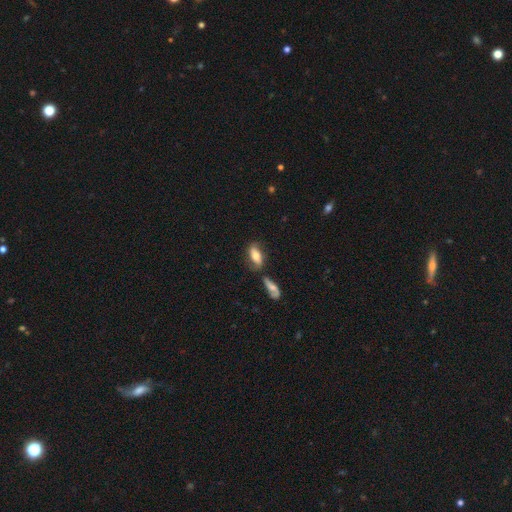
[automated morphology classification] smooth-or-featured: smooth: 61% | featured or disk: 31% | star or artifact: 8%
  how-rounded: in between: 82% | cigar-shaped: 14% | round: 4%
  merging: none: 59% | minor disturbance: 18% | merger: 16% | major disturbance: 7%